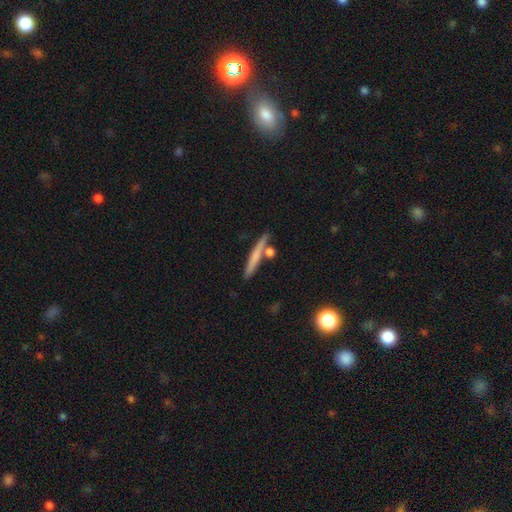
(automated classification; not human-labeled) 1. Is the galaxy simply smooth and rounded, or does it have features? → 58% smooth, 35% featured or disk, 7% star or artifact.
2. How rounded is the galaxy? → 92% cigar-shaped, 5% in between, 3% round.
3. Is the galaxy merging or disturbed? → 75% none, 12% merger, 10% minor disturbance, 3% major disturbance.